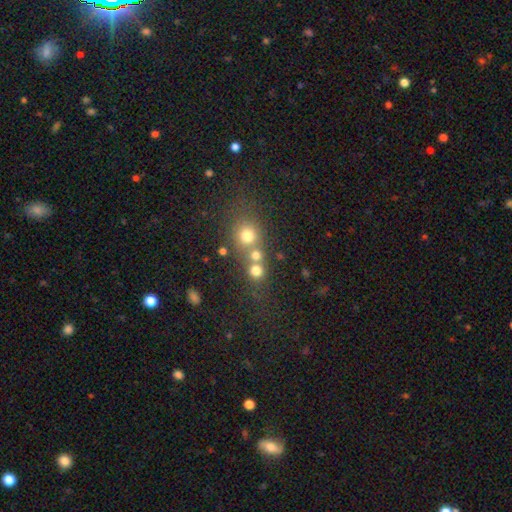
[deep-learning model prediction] smooth_or_featured: smooth (p=0.73) [alt: star or artifact p=0.17]
how_rounded: round (p=0.85) [alt: in between p=0.13]
merging: none (p=0.47) [alt: merger p=0.42]